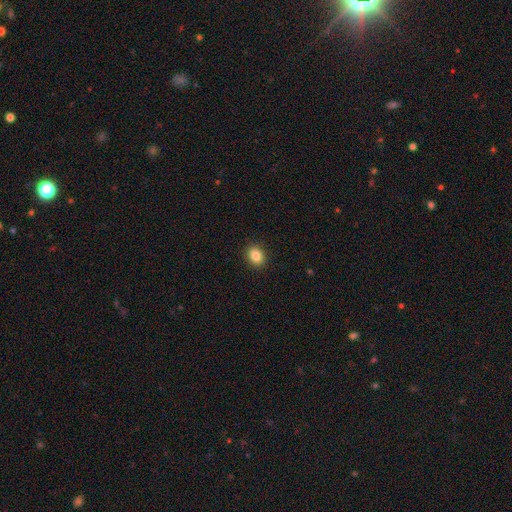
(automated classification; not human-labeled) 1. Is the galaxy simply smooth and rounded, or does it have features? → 85% smooth, 10% star or artifact, 5% featured or disk.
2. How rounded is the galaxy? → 51% in between, 48% round, 1% cigar-shaped.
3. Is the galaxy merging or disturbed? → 91% none, 6% minor disturbance, 2% major disturbance, 1% merger.